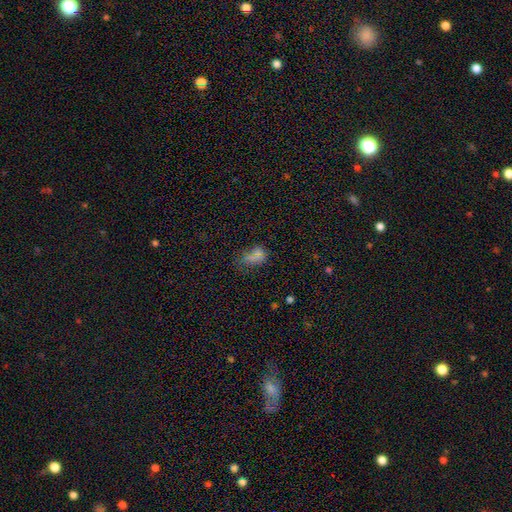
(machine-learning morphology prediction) The model was most divided on "smooth or featured": smooth: 59%, star or artifact: 31%, featured or disk: 11%. More confident: how rounded — in between (80%); merging — none (51%).